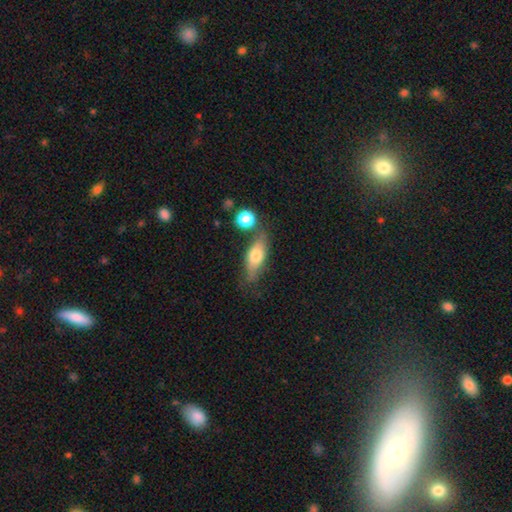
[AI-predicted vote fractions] This appears to be a smooth galaxy with no disk features (59%) that is in between round and cigar-shaped (67%). Merging: none (58%).